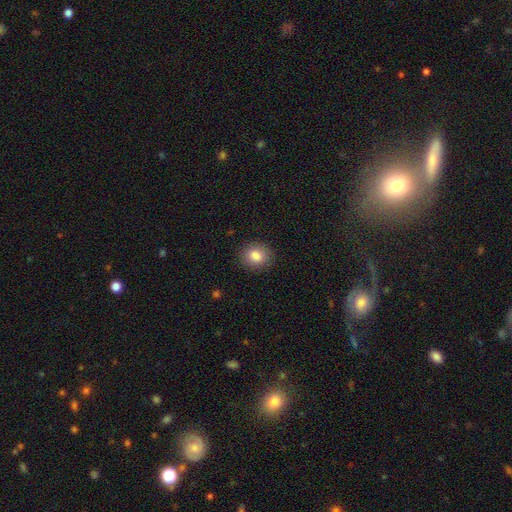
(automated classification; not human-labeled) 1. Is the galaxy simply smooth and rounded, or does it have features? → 84% smooth, 9% star or artifact, 7% featured or disk.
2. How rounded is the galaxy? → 70% round, 29% in between, 1% cigar-shaped.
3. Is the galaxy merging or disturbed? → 89% none, 7% minor disturbance, 2% major disturbance, 1% merger.